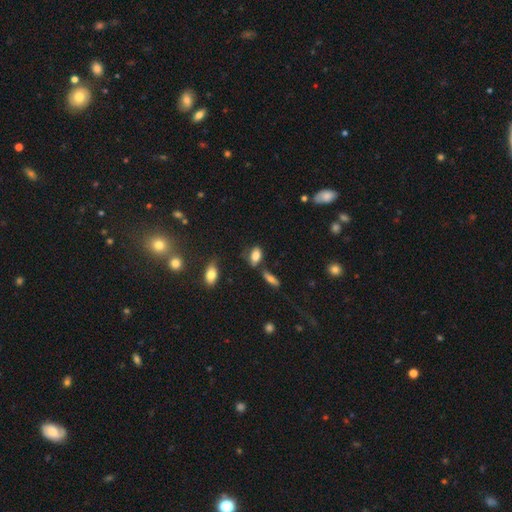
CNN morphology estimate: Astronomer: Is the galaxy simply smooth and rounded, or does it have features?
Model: smooth — 80%.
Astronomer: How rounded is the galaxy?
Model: in between — 87%.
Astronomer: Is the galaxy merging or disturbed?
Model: none — 57%.